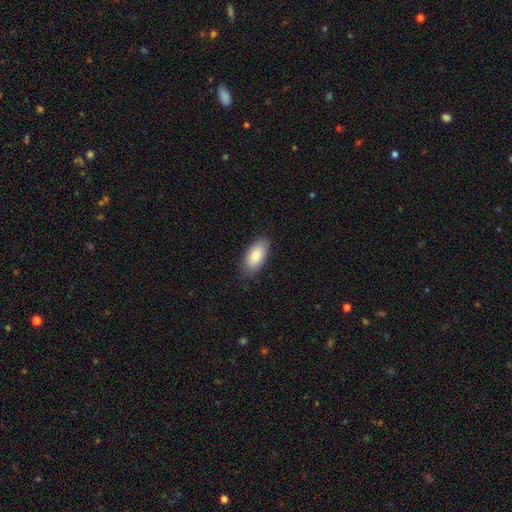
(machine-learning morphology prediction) A smooth galaxy with no disk features (88%) that is in between round and cigar-shaped (92%).

Vote fractions:
- Smooth or featured? smooth: 88% / featured or disk: 7% / star or artifact: 6%
- How rounded? in between: 92% / cigar-shaped: 6% / round: 2%
- Merging? none: 83% / minor disturbance: 13% / major disturbance: 3% / merger: 1%